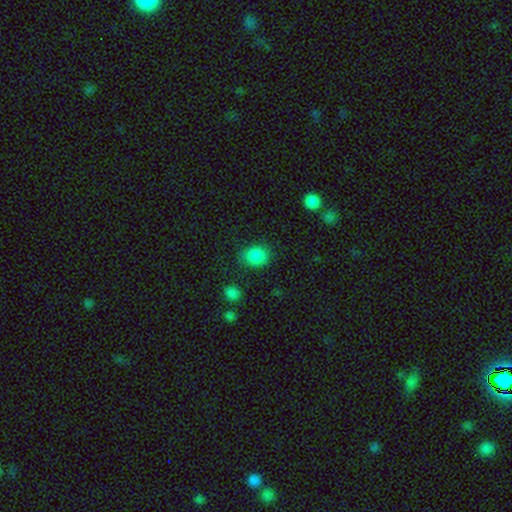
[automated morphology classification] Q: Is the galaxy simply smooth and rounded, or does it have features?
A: smooth — 86%.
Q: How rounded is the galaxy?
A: round — 61%.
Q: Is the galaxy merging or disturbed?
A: none — 80%.